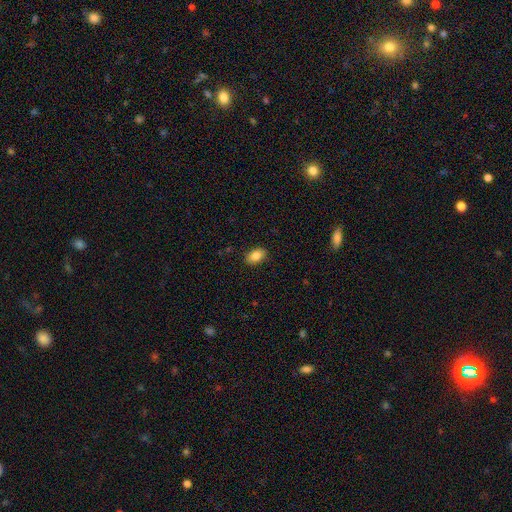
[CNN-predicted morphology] A smooth galaxy with no disk features (85%) that is in between round and cigar-shaped (89%).

Vote fractions:
- Smooth or featured? smooth: 85% / star or artifact: 8% / featured or disk: 7%
- How rounded? in between: 89% / round: 9% / cigar-shaped: 2%
- Merging? none: 88% / minor disturbance: 9% / major disturbance: 2% / merger: 1%